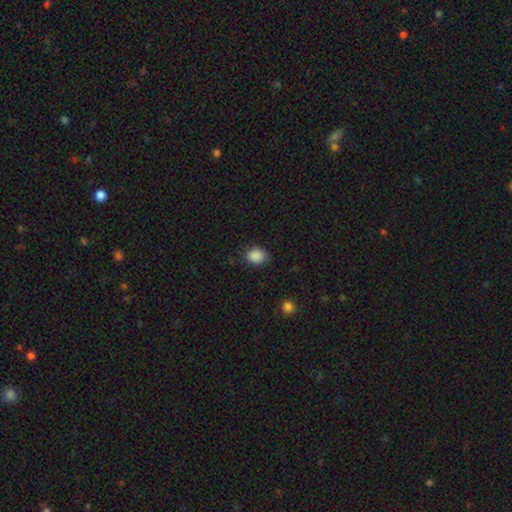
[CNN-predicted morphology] A smooth galaxy with no disk features (88%) that is in between round and cigar-shaped (57%). Merging: none (81%).